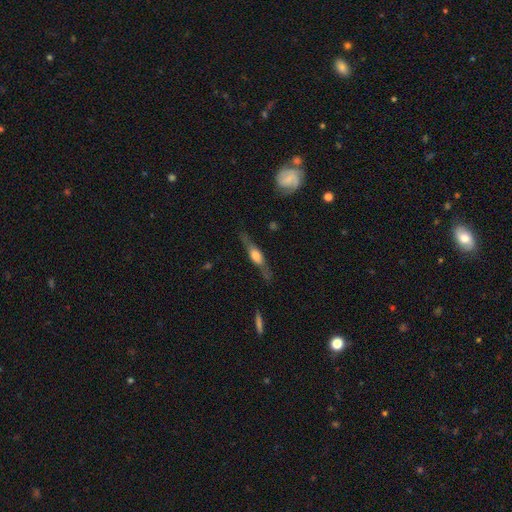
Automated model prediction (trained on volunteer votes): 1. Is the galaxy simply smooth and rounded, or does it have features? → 67% featured or disk, 27% smooth, 6% star or artifact.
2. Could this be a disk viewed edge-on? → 92% yes, 8% no.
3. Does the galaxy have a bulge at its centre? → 81% rounded, 15% boxy, 4% none.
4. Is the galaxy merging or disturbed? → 79% none, 14% minor disturbance, 5% major disturbance, 2% merger.